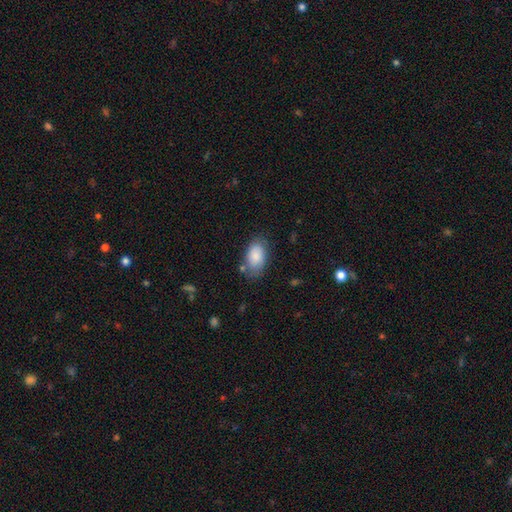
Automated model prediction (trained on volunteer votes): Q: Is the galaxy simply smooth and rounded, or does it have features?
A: smooth — 87%.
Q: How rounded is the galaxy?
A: in between — 93%.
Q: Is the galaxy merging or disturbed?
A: none — 71%.